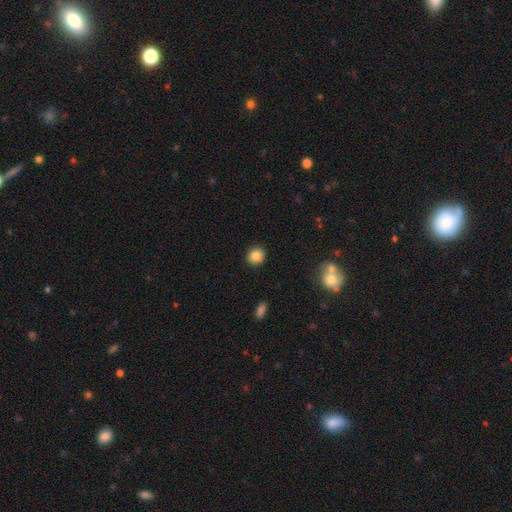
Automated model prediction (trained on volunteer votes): Smooth or featured? Predicted: smooth (p=0.85). How rounded? Predicted: round (p=0.84). Merging? Predicted: none (p=0.89).